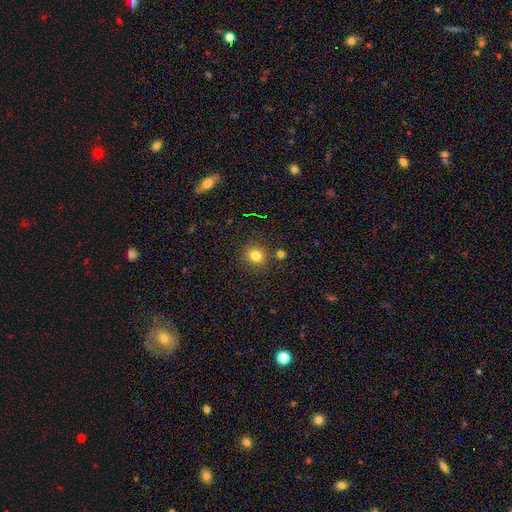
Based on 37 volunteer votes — Smooth or featured? 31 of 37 (84%) said smooth. How rounded? 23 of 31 (74%) said round. Merging? 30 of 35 (86%) said none.